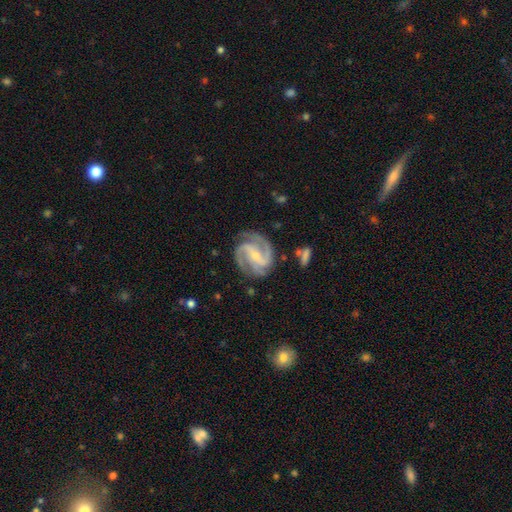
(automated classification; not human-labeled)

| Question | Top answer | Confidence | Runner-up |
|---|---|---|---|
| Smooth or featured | featured or disk | 93% | star or artifact (4%) |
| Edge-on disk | no | 98% | yes (2%) |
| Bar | weak | 39% | strong (37%) |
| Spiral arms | yes | 98% | no (2%) |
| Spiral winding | medium | 52% | tight (38%) |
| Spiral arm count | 3 | 53% | 2 (26%) |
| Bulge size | small | 68% | moderate (28%) |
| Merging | none | 79% | minor disturbance (14%) |